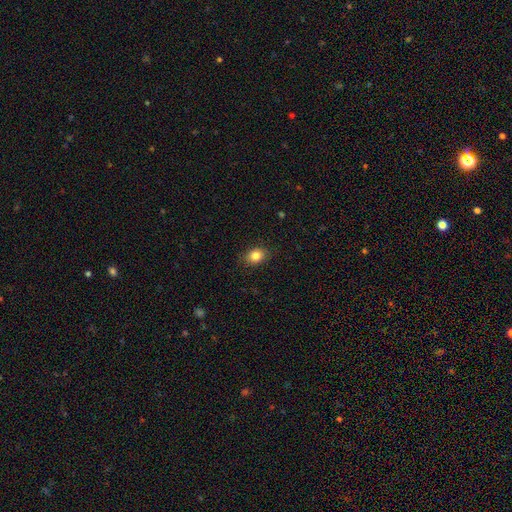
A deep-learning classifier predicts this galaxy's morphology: smooth-or-featured: smooth: 84% | star or artifact: 10% | featured or disk: 7%
  how-rounded: in between: 60% | round: 39% | cigar-shaped: 1%
  merging: none: 86% | minor disturbance: 11% | major disturbance: 3% | merger: 1%